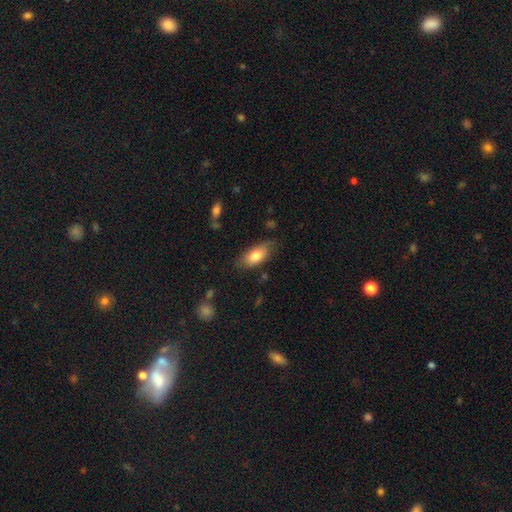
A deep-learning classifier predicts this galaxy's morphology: smooth-or-featured: smooth: 76% | featured or disk: 18% | star or artifact: 6%
  how-rounded: in between: 88% | cigar-shaped: 8% | round: 3%
  merging: none: 70% | minor disturbance: 23% | major disturbance: 5% | merger: 2%